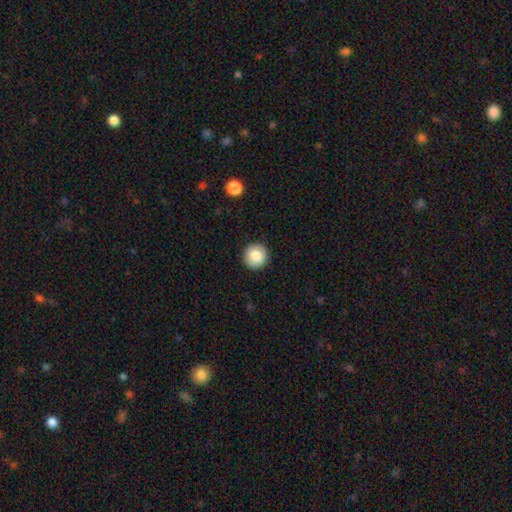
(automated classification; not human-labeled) smooth_or_featured: smooth (p=0.82) [alt: featured or disk p=0.10]
how_rounded: round (p=0.95) [alt: in between p=0.04]
merging: none (p=0.92) [alt: minor disturbance p=0.05]